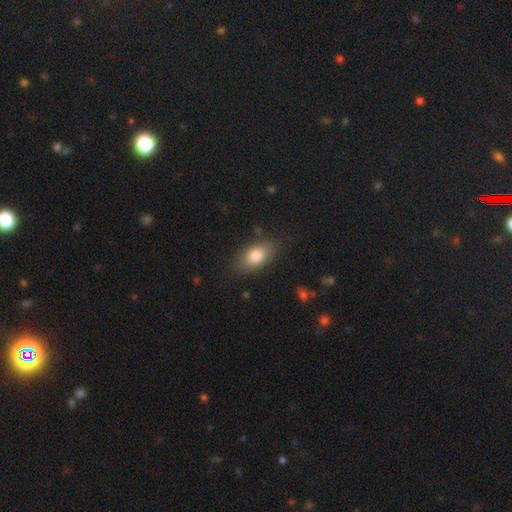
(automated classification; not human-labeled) This appears to be a smooth galaxy with no disk features (81%) that is in between round and cigar-shaped (88%). Merging: none (81%).